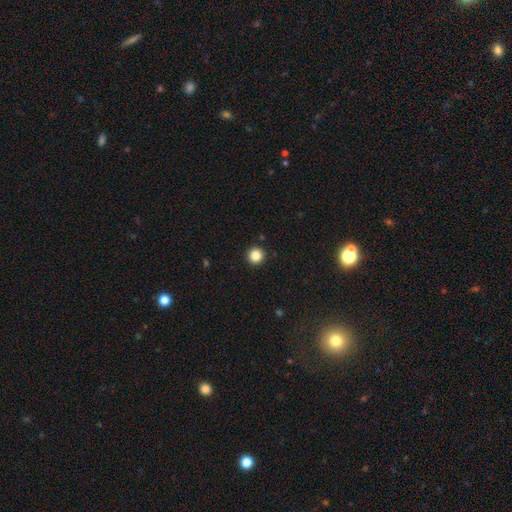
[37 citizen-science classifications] This appears to be a smooth galaxy with no disk features (92%) that is round (94%). Merging: none (100%).